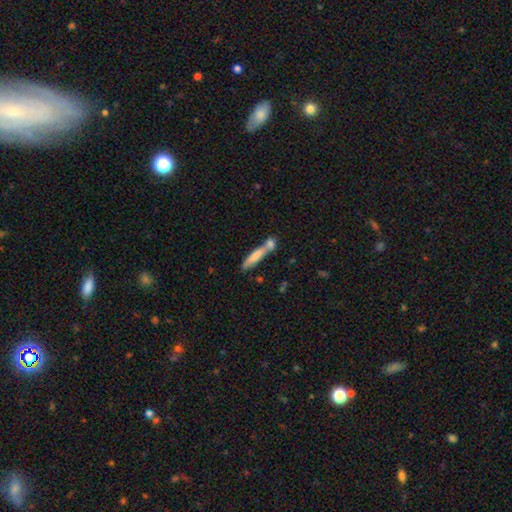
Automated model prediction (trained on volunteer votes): smooth 69%, featured or disk 25%, star or artifact 6%. Down the decision tree: how rounded — cigar-shaped (86%); merging — none (46%).